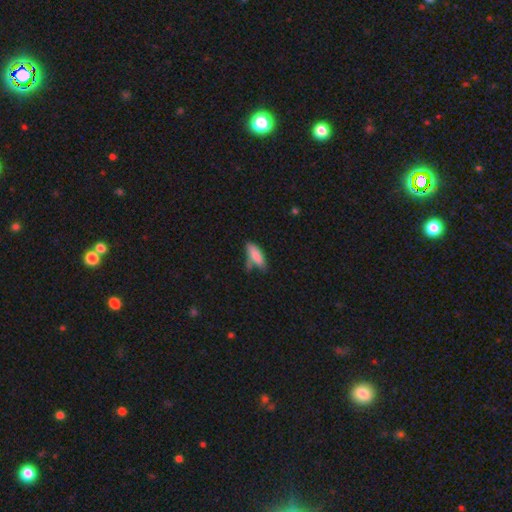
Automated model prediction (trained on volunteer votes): Smooth or featured: smooth — 82% (featured or disk — 11%)
How rounded: in between — 55% (cigar-shaped — 43%)
Merging: none — 53% (minor disturbance — 25%)